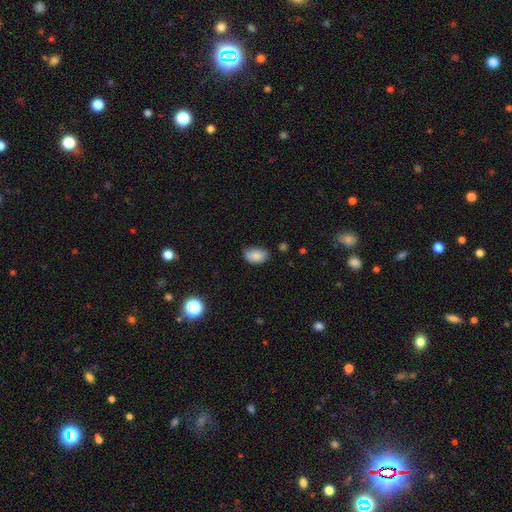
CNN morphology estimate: A smooth galaxy with no disk features (85%) that is in between round and cigar-shaped (90%).

Vote fractions:
- Smooth or featured? smooth: 85% / star or artifact: 8% / featured or disk: 6%
- How rounded? in between: 90% / round: 9% / cigar-shaped: 1%
- Merging? none: 70% / minor disturbance: 24% / major disturbance: 4% / merger: 2%